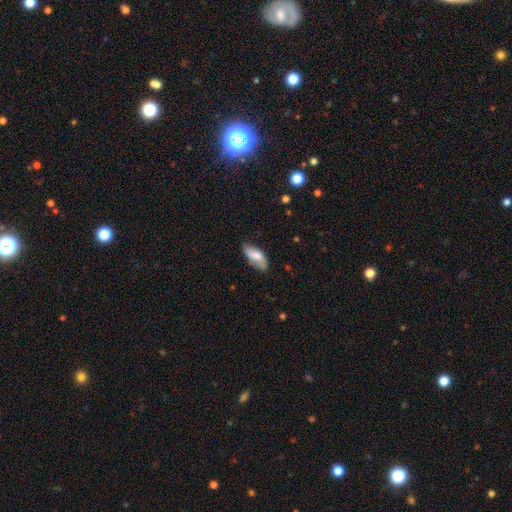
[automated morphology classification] type=smooth (71%); roundness=in between (84%); merging=none (59%).